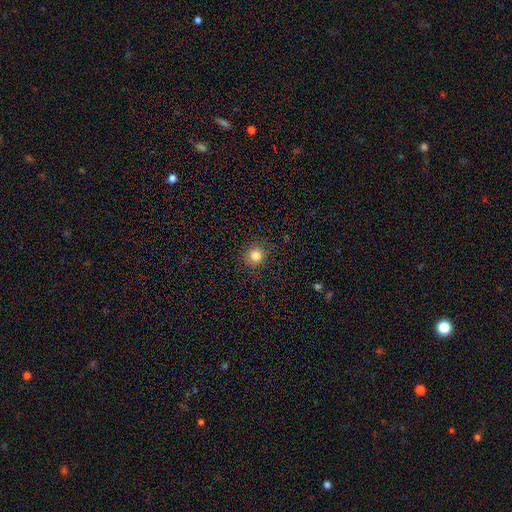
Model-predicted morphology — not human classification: Smooth or featured?
  - smooth: 83% *
  - star or artifact: 12%
  - featured or disk: 5%
How rounded?
  - round: 92% *
  - in between: 7%
  - cigar-shaped: 1%
Merging?
  - none: 90% *
  - minor disturbance: 7%
  - major disturbance: 2%
  - merger: 1%